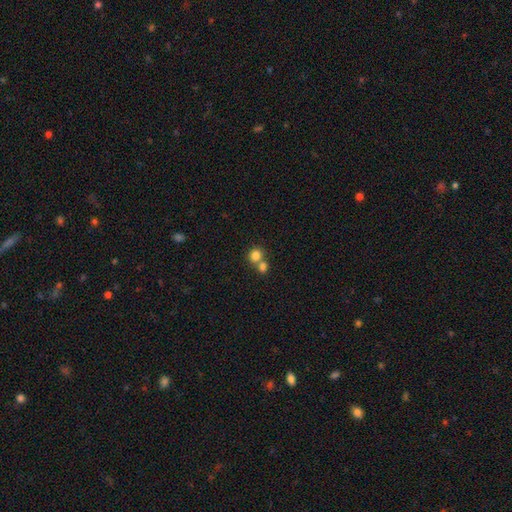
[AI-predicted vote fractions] Overall: smooth (81%). How rounded: round (84%). Merging: merger (48%; none 44%).